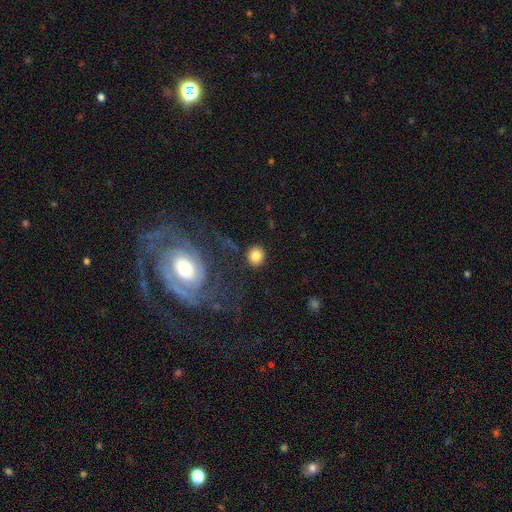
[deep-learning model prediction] Smooth or featured: smooth — 81% (star or artifact — 10%)
How rounded: round — 87% (in between — 12%)
Merging: none — 83% (minor disturbance — 8%)